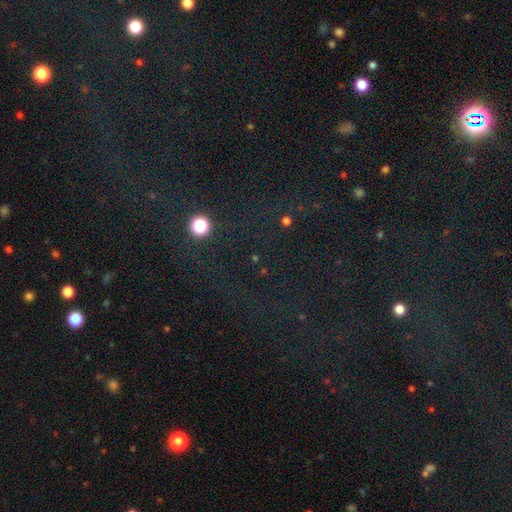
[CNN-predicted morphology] This appears to be a star or artifact, not a galaxy (75%).